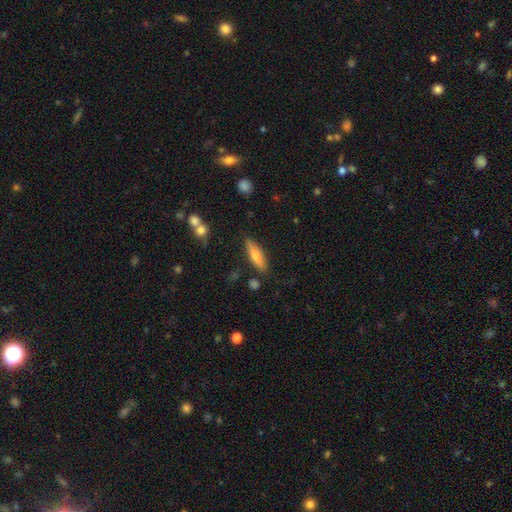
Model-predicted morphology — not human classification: This is likely a smooth galaxy (65%). How rounded: possibly cigar-shaped (58%). Merging: clearly none (81%).